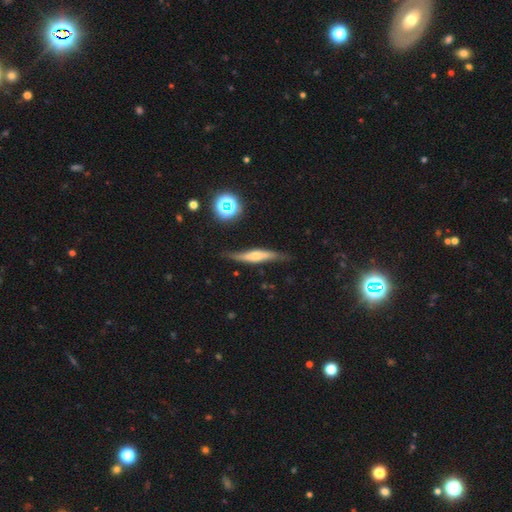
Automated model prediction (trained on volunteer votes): Smooth or featured?
  - featured or disk: 60% *
  - smooth: 32%
  - star or artifact: 8%
Edge-on disk?
  - yes: 86% *
  - no: 14%
Edge-on bulge?
  - rounded: 79% *
  - boxy: 11%
  - none: 9%
Merging?
  - none: 75% *
  - minor disturbance: 18%
  - major disturbance: 5%
  - merger: 2%